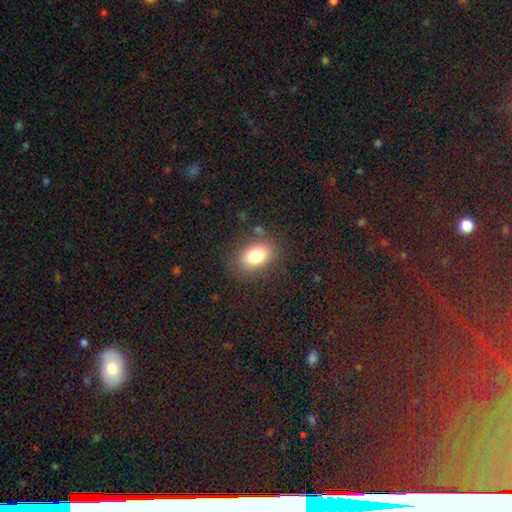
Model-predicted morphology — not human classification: smooth 80%, featured or disk 10%, star or artifact 10%. Down the decision tree: how rounded — in between (80%); merging — none (81%).